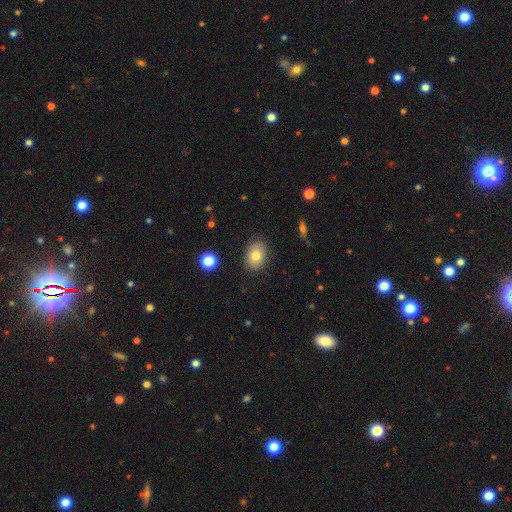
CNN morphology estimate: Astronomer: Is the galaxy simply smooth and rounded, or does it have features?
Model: smooth — 78%.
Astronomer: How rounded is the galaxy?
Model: in between — 70%.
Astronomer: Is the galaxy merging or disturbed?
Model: none — 85%.